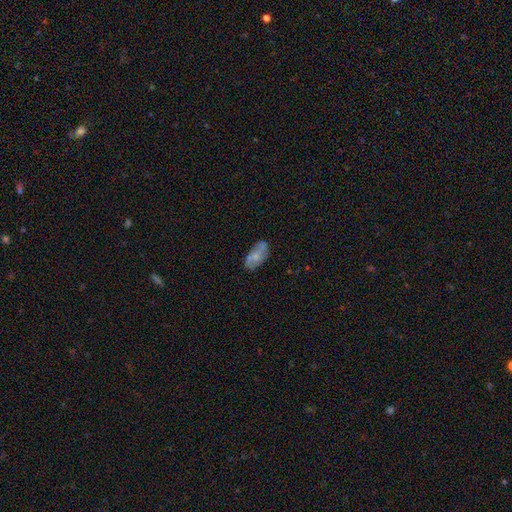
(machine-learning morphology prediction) Smooth or featured? Predicted: smooth (p=0.61). How rounded? Predicted: in between (p=0.89). Merging? Predicted: none (p=0.74).